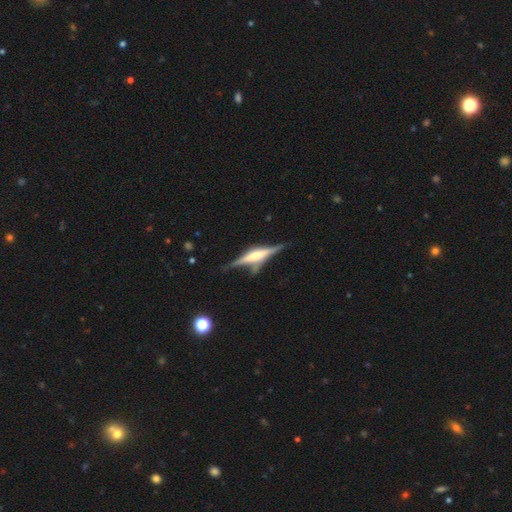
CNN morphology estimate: The model was most divided on "edge-on bulge": rounded: 56%, boxy: 34%, none: 11%. More confident: edge-on disk — yes (96%); smooth or featured — featured or disk (76%); merging — none (73%).